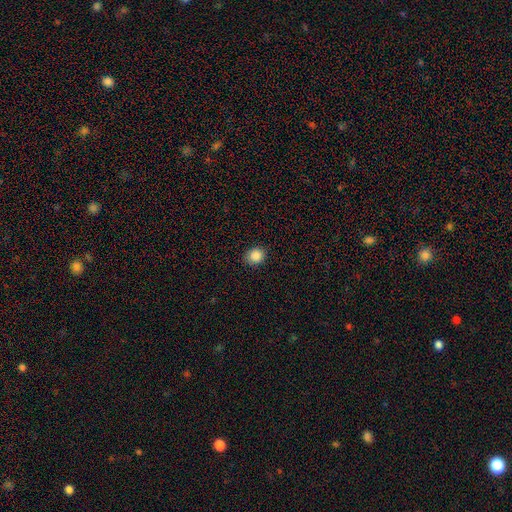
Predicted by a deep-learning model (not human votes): Smooth or featured? smooth (87%)
How rounded? round (69%)
Merging? none (88%)